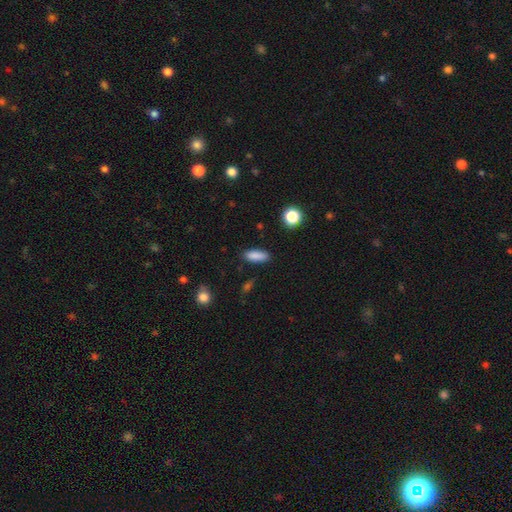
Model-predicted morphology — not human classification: This is clearly a smooth galaxy (87%). How rounded: likely in between (69%). Merging: clearly none (86%).